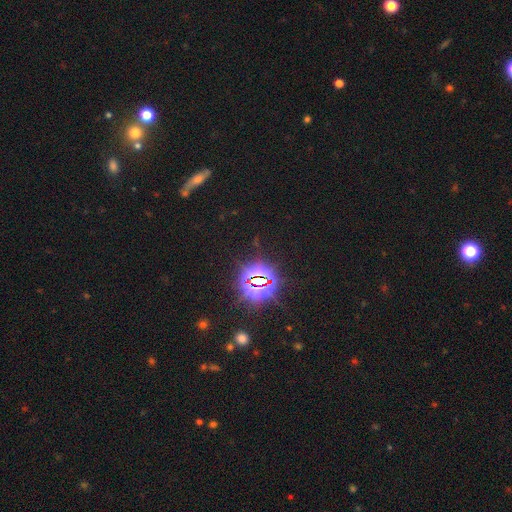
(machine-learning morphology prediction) Q: Smooth or featured?
A: star or artifact (78%); runner-up: smooth (13%)